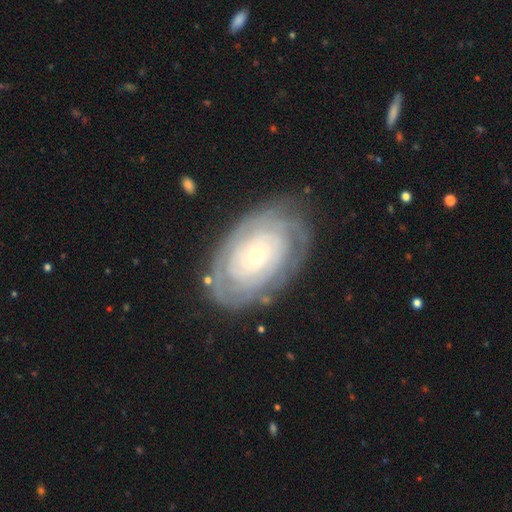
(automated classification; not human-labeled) Q: Smooth or featured?
A: featured or disk (80%); runner-up: smooth (14%)
Q: Edge-on disk?
A: no (95%); runner-up: yes (5%)
Q: Bar?
A: no (86%); runner-up: weak (11%)
Q: Spiral arms?
A: yes (87%); runner-up: no (13%)
Q: Spiral winding?
A: tight (84%); runner-up: medium (12%)
Q: Spiral arm count?
A: can't tell (48%); runner-up: 4 (12%)
Q: Bulge size?
A: small (69%); runner-up: moderate (27%)
Q: Merging?
A: none (78%); runner-up: minor disturbance (15%)